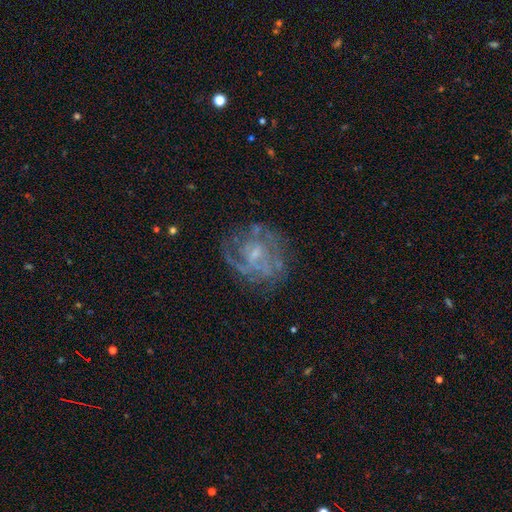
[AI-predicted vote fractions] The model was most divided on "spiral winding": tight: 45%, medium: 39%, loose: 17%. Remaining: edge-on disk — no (98%); smooth or featured — featured or disk (76%); spiral arms — yes (72%); merging — none (63%); bulge size — small (58%); bar — no (54%); spiral arm count — can't tell (46%).